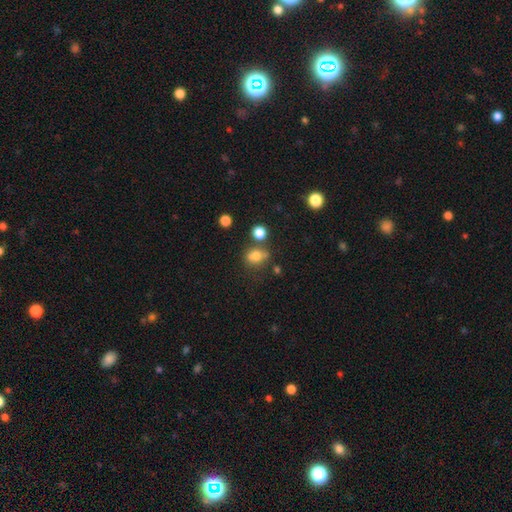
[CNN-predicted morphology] Smooth or featured: smooth — 74% (star or artifact — 15%)
How rounded: round — 61% (in between — 38%)
Merging: none — 56% (merger — 20%)